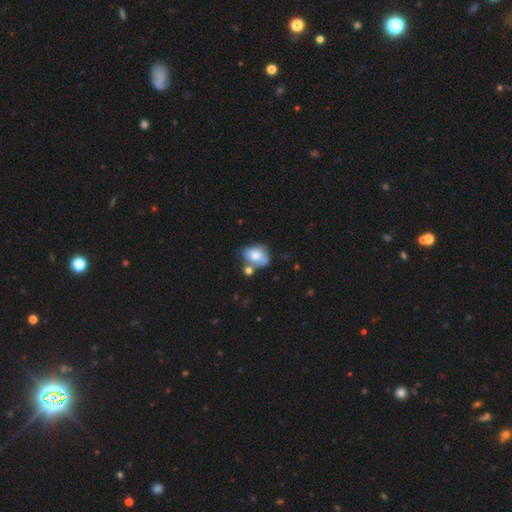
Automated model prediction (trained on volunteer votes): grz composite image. It shows a smooth galaxy with no disk features (68%) that is in between round and cigar-shaped (70%). Merging: none (38%).